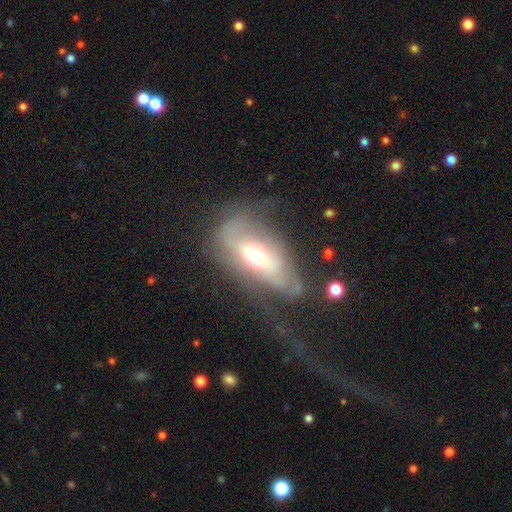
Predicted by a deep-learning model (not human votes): featured or disk 56%, smooth 36%, star or artifact 8%. Down the decision tree: edge-on disk — no (82%); merging — major disturbance (47%).